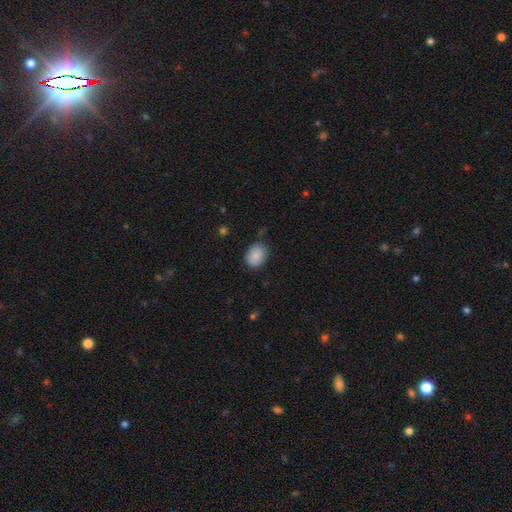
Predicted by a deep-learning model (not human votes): Smooth or featured? smooth (88%)
How rounded? in between (66%)
Merging? none (77%)